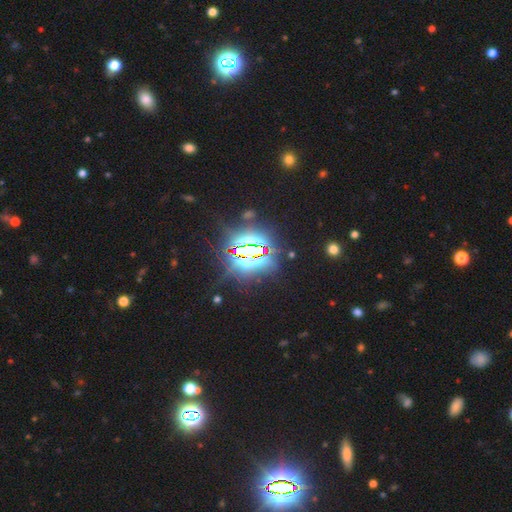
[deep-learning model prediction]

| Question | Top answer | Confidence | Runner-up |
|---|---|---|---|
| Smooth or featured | star or artifact | 84% | featured or disk (8%) |